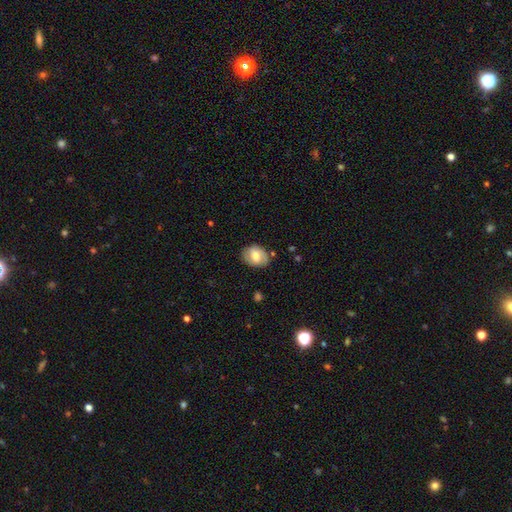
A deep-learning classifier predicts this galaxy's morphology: Smooth or featured?
  - smooth: 53% *
  - featured or disk: 40%
  - star or artifact: 7%
How rounded?
  - in between: 64% *
  - round: 35%
  - cigar-shaped: 1%
Merging?
  - none: 78% *
  - minor disturbance: 17%
  - major disturbance: 4%
  - merger: 2%